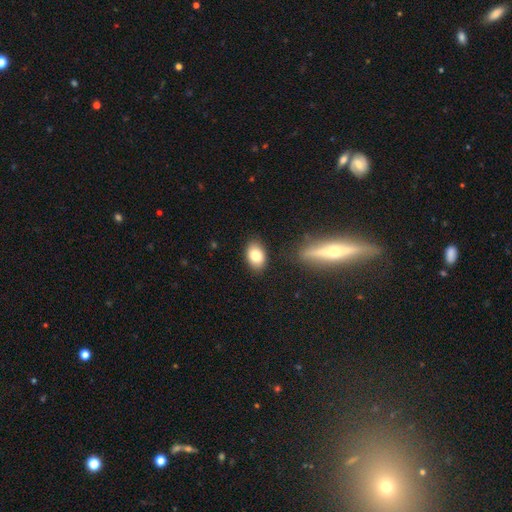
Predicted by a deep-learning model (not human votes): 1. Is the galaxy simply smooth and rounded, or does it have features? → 82% smooth, 10% featured or disk, 8% star or artifact.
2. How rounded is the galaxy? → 87% in between, 12% round, 2% cigar-shaped.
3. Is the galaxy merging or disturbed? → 84% none, 10% minor disturbance, 3% merger, 3% major disturbance.